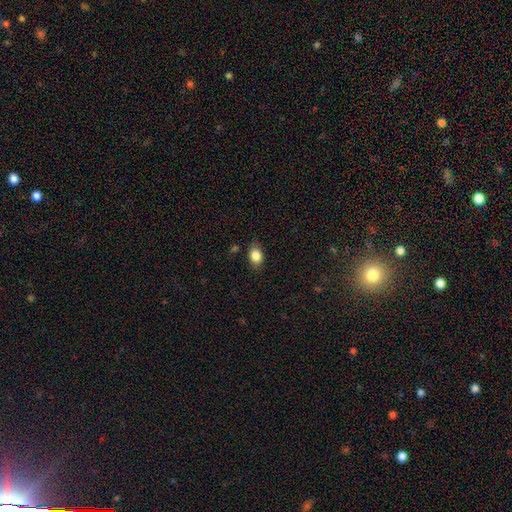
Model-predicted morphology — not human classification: Smooth or featured: smooth — 84% (star or artifact — 9%)
How rounded: in between — 77% (round — 22%)
Merging: none — 80% (minor disturbance — 15%)